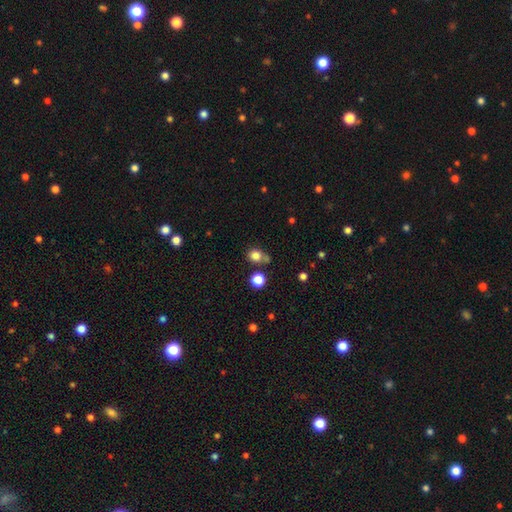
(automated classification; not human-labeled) A smooth galaxy with no disk features (80%) that is round (77%). Merging: none (64%).